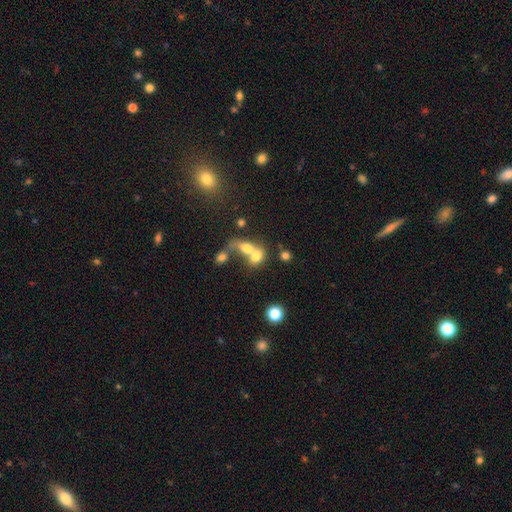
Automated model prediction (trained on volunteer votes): Overall: smooth (71%). How rounded: in between (59%; round 39%). Merging: merger (72%).